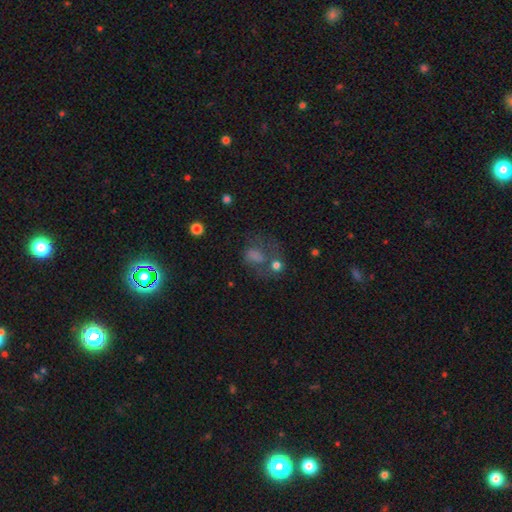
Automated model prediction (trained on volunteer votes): Smooth or featured?
  - smooth: 42% *
  - star or artifact: 33%
  - featured or disk: 25%
Merging?
  - none: 42% *
  - major disturbance: 25%
  - minor disturbance: 19%
  - merger: 14%